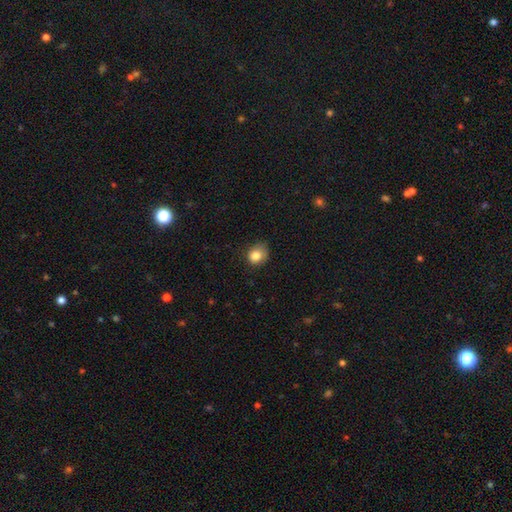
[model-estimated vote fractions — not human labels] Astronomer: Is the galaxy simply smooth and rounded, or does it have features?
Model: smooth — 82%.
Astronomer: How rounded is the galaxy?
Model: round — 64%.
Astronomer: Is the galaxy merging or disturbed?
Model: none — 59%.